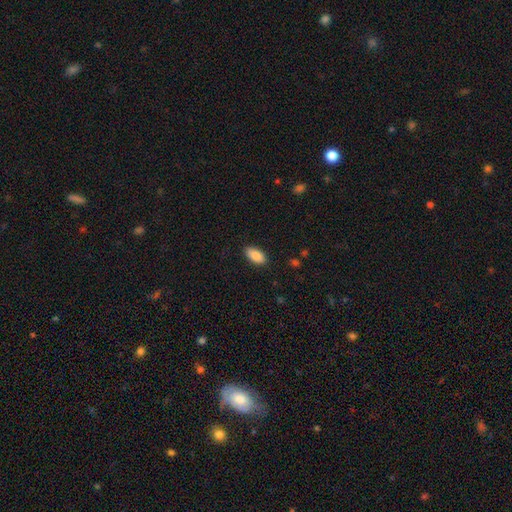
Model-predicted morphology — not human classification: Smooth or featured: smooth — 87% (star or artifact — 7%)
How rounded: in between — 92% (cigar-shaped — 6%)
Merging: none — 88% (minor disturbance — 9%)